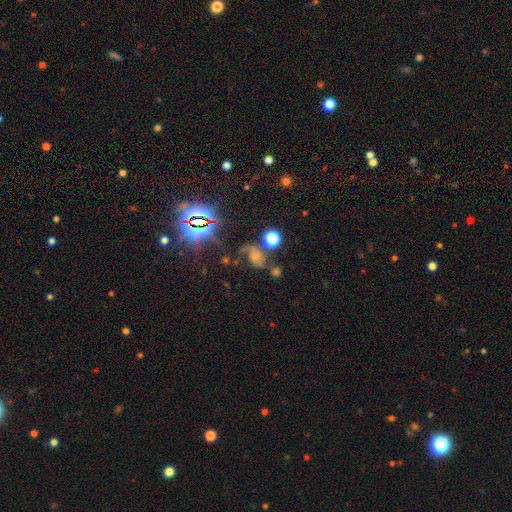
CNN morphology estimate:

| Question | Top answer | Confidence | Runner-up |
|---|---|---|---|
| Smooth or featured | featured or disk | 38% | star or artifact (33%) |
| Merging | none | 44% | major disturbance (21%) |